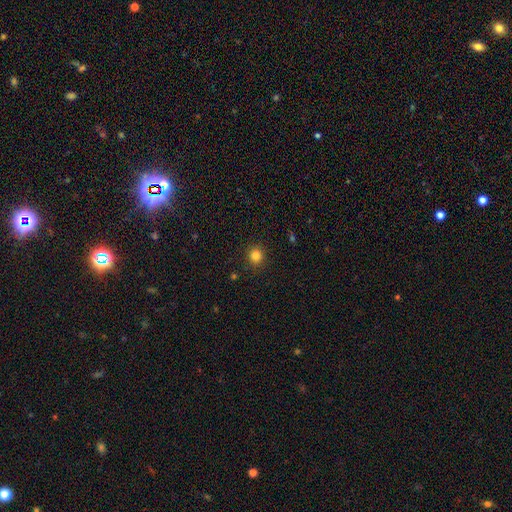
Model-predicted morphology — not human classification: Smooth or featured?
  - smooth: 83% *
  - star or artifact: 12%
  - featured or disk: 5%
How rounded?
  - round: 89% *
  - in between: 10%
  - cigar-shaped: 1%
Merging?
  - none: 91% *
  - minor disturbance: 6%
  - major disturbance: 2%
  - merger: 1%